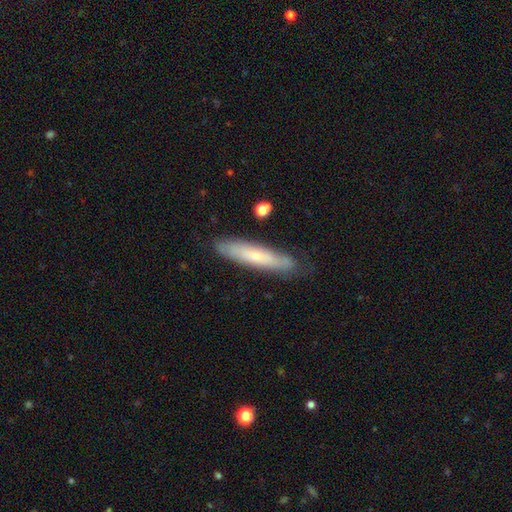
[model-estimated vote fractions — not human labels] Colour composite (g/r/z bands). It shows a smooth galaxy with no disk features (55%) that is cigar-shaped (87%). Merging: none (79%).